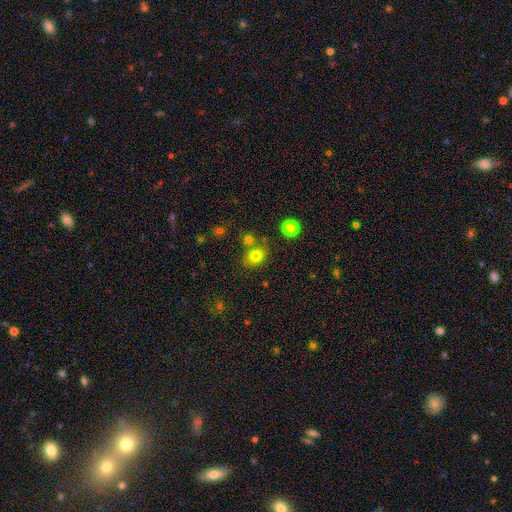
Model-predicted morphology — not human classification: The model was most divided on "how rounded": in between: 54%, round: 45%, cigar-shaped: 1%. More confident: smooth or featured — smooth (79%); merging — none (67%).